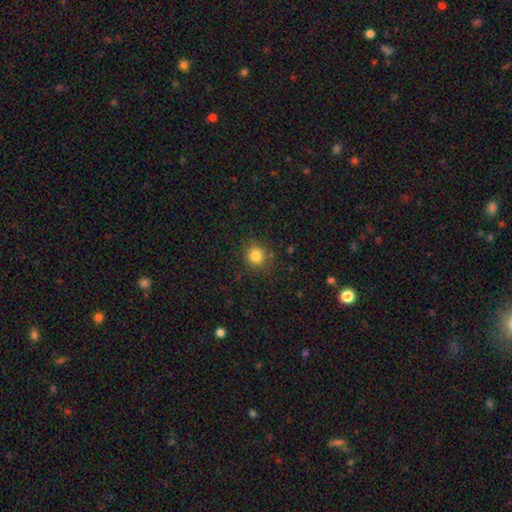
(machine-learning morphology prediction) The model was most divided on "how rounded": round: 84%, in between: 15%, cigar-shaped: 1%. More confident: merging — none (85%); smooth or featured — smooth (83%).